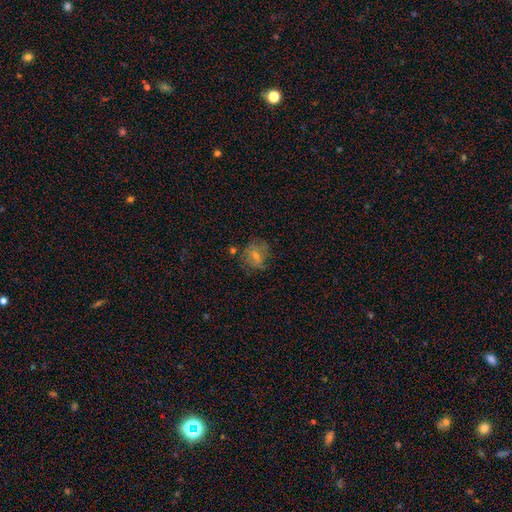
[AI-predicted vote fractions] Q: Smooth or featured?
A: smooth (61%); runner-up: featured or disk (28%)
Q: How rounded?
A: round (69%); runner-up: in between (30%)
Q: Merging?
A: none (62%); runner-up: minor disturbance (22%)